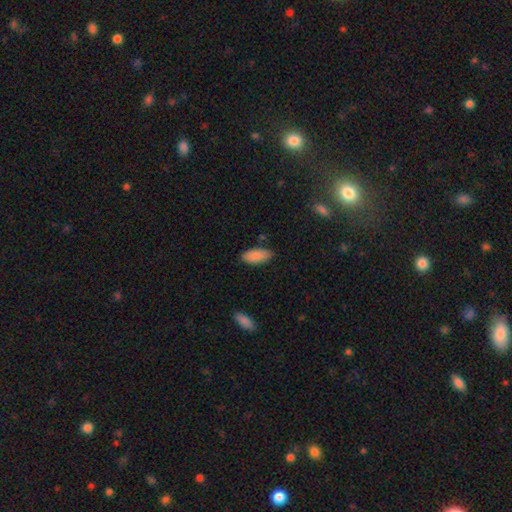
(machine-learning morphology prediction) This is clearly a smooth galaxy (89%). How rounded: clearly in between (88%). Merging: clearly none (81%).